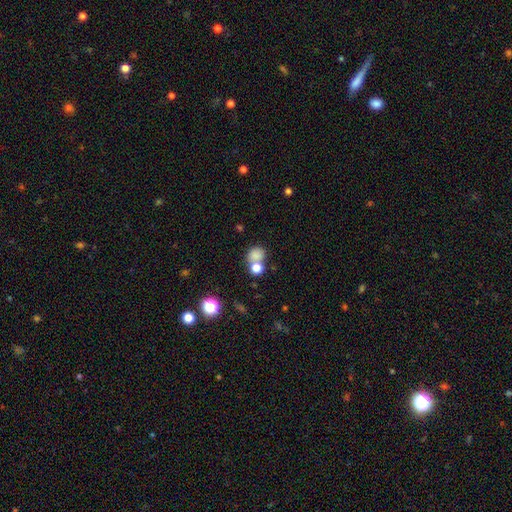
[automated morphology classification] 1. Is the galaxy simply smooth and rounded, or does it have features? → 77% smooth, 14% star or artifact, 9% featured or disk.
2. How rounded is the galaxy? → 70% round, 29% in between, 1% cigar-shaped.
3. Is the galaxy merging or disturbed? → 43% none, 41% merger, 11% minor disturbance, 6% major disturbance.